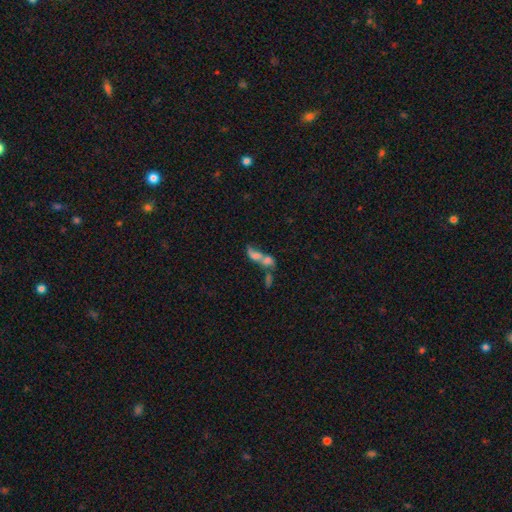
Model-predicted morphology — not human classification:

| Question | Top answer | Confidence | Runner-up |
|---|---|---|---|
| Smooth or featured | smooth | 51% | featured or disk (34%) |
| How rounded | in between | 67% | cigar-shaped (19%) |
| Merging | merger | 73% | none (12%) |